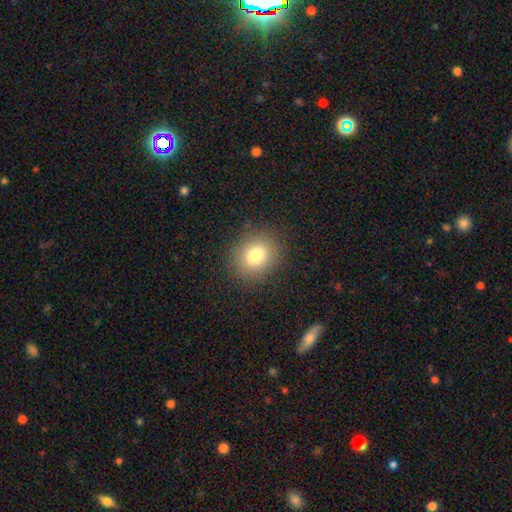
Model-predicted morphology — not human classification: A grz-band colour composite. It shows a smooth galaxy with no disk features (80%) that is round (67%). Merging: none (88%).